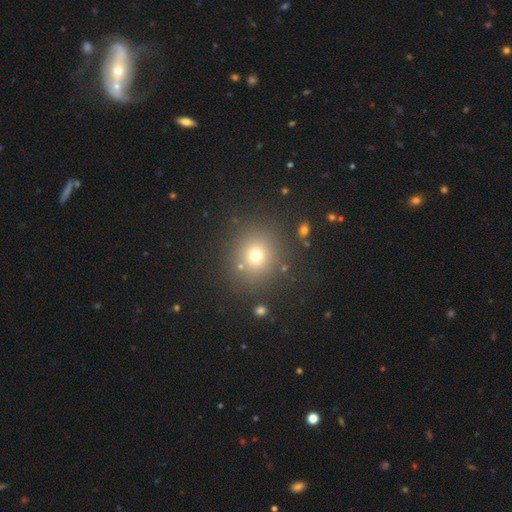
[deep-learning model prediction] A smooth galaxy with no disk features (70%) that is round (87%).

Vote fractions:
- Smooth or featured? smooth: 70% / star or artifact: 19% / featured or disk: 11%
- How rounded? round: 87% / in between: 12% / cigar-shaped: 1%
- Merging? none: 85% / minor disturbance: 8% / major disturbance: 4% / merger: 4%